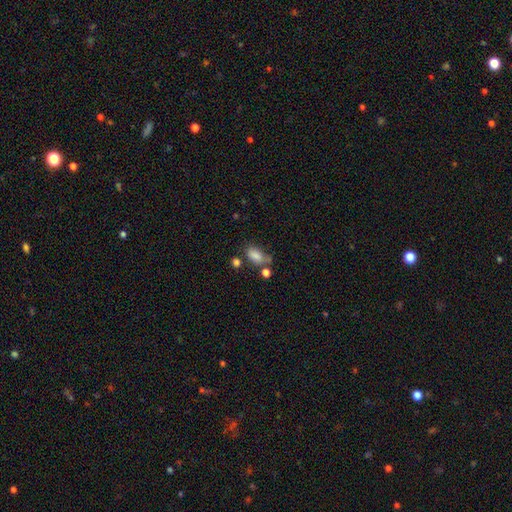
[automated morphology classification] type=smooth (81%); roundness=in between (88%); merging=none (45%).